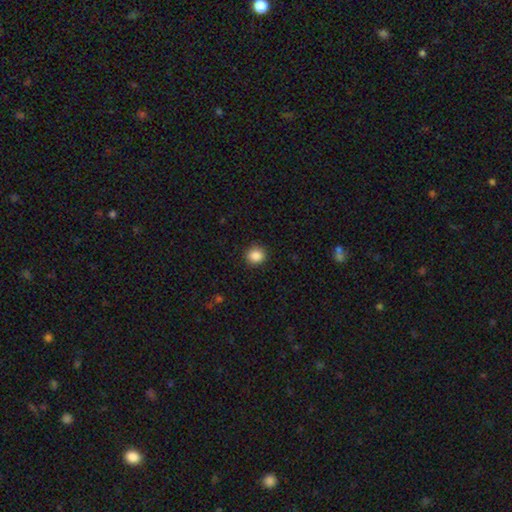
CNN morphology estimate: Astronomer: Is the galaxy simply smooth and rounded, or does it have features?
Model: smooth — 87%.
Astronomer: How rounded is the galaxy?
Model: round — 89%.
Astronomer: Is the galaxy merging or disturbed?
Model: none — 90%.